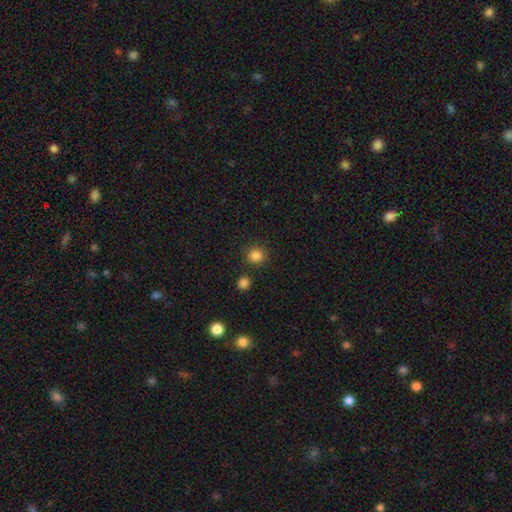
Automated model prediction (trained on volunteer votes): Smooth or featured? Predicted: smooth (p=0.85). How rounded? Predicted: round (p=0.93). Merging? Predicted: none (p=0.85).